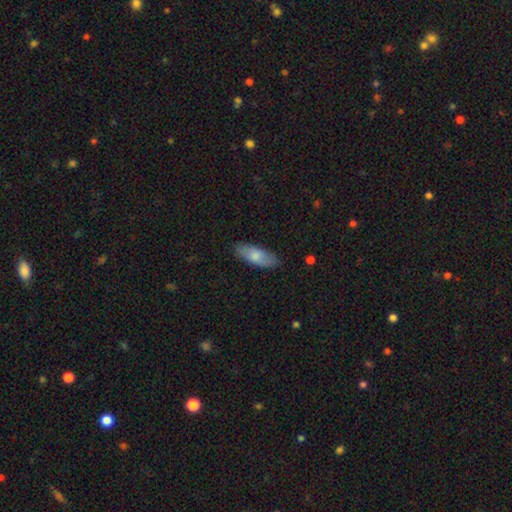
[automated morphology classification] Smooth or featured?
  - smooth: 78% *
  - featured or disk: 17%
  - star or artifact: 6%
How rounded?
  - in between: 72% *
  - cigar-shaped: 26%
  - round: 2%
Merging?
  - none: 84% *
  - minor disturbance: 12%
  - major disturbance: 2%
  - merger: 1%